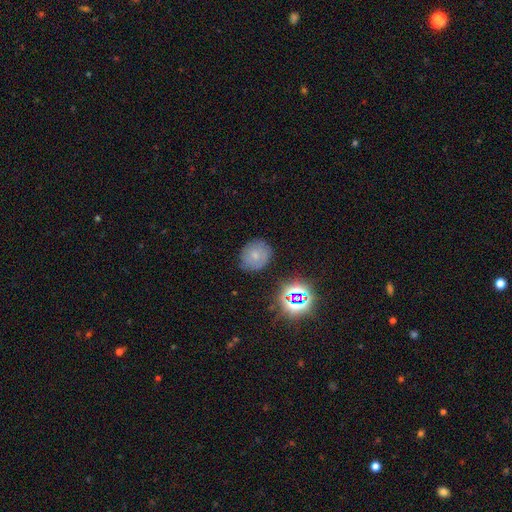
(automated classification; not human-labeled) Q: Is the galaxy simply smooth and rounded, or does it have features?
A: smooth — 50%.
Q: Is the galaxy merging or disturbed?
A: none — 78%.